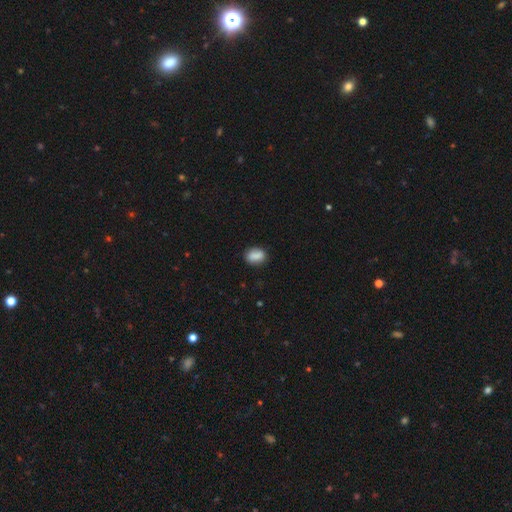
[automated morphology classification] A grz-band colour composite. It shows a smooth galaxy with no disk features (85%) that is in between round and cigar-shaped (77%). Merging: none (82%).